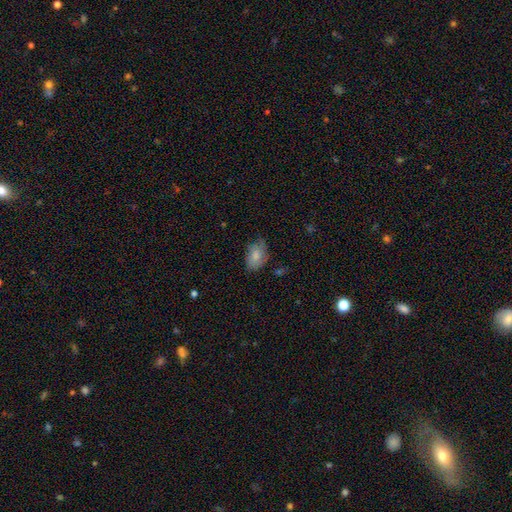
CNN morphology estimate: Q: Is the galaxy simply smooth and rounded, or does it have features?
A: smooth — 79%.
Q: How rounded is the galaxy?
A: in between — 88%.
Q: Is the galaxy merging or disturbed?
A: none — 61%.